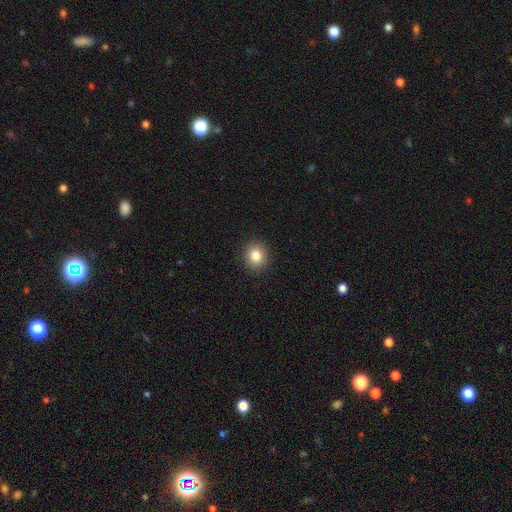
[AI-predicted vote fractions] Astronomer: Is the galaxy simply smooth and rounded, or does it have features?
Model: smooth — 84%.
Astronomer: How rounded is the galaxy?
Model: round — 75%.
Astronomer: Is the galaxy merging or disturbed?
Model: none — 91%.